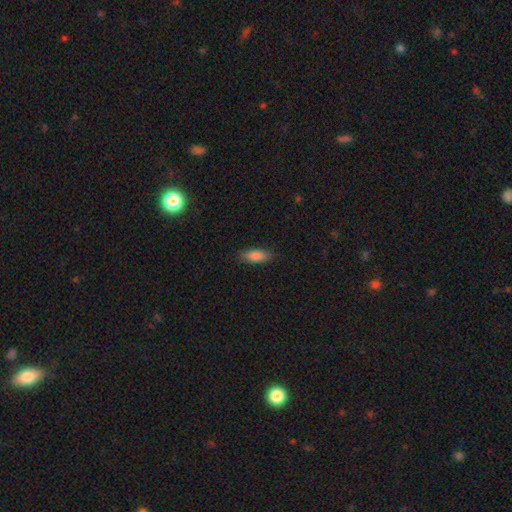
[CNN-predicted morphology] smooth-or-featured: smooth: 86% | star or artifact: 7% | featured or disk: 7%
  how-rounded: in between: 73% | cigar-shaped: 25% | round: 2%
  merging: none: 86% | minor disturbance: 11% | major disturbance: 2% | merger: 1%